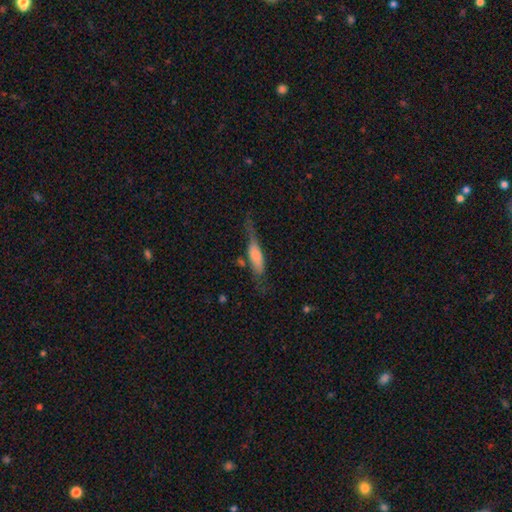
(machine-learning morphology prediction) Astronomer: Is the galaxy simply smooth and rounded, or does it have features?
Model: smooth — 59%.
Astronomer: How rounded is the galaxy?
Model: cigar-shaped — 63%.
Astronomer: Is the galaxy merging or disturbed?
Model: none — 48% (runner-up: minor disturbance, 29%).